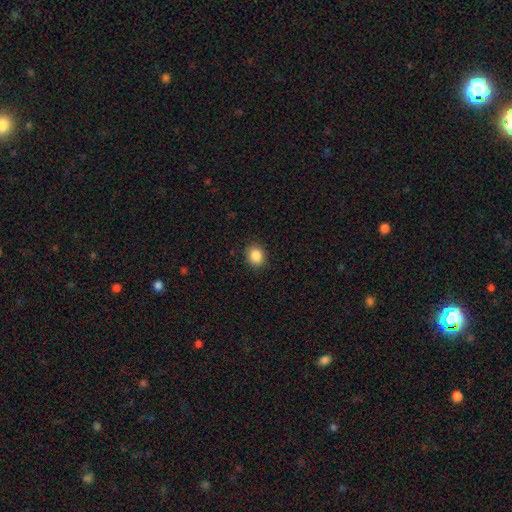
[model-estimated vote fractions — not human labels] smooth 87%, star or artifact 9%, featured or disk 4%. Down the decision tree: how rounded — round (62%); merging — none (89%).